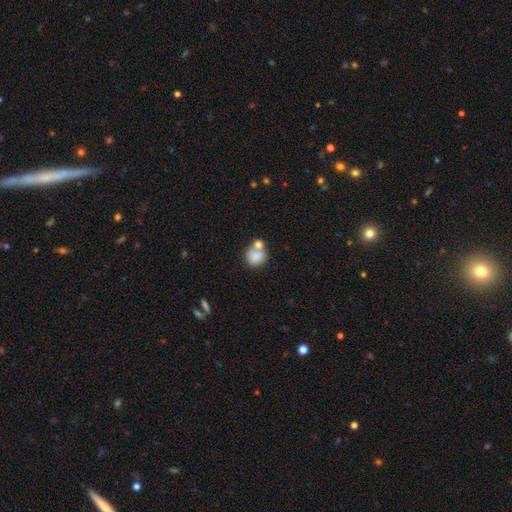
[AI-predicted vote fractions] Morphology: type=smooth (79%); roundness=round (78%); merging=merger (43%).